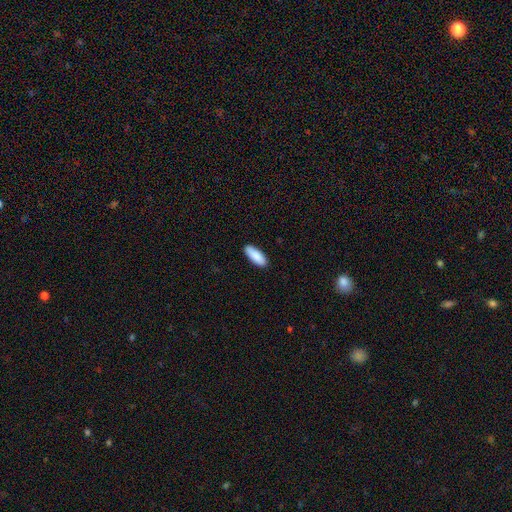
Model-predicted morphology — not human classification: Smooth or featured? smooth (90%)
How rounded? in between (72%)
Merging? none (89%)